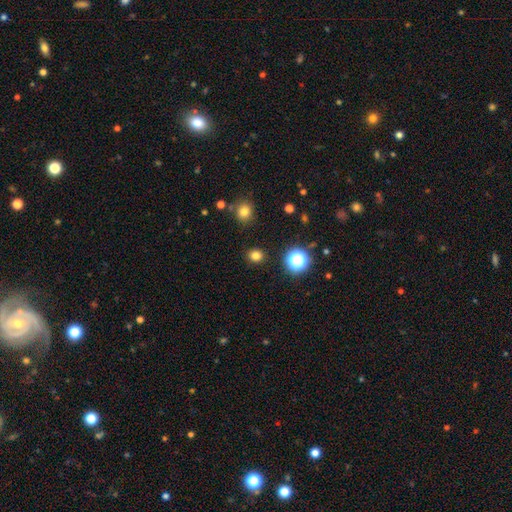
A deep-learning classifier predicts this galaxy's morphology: smooth-or-featured: smooth: 78% | star or artifact: 18% | featured or disk: 4%
  how-rounded: round: 83% | in between: 16% | cigar-shaped: 1%
  merging: none: 90% | minor disturbance: 6% | major disturbance: 2% | merger: 2%